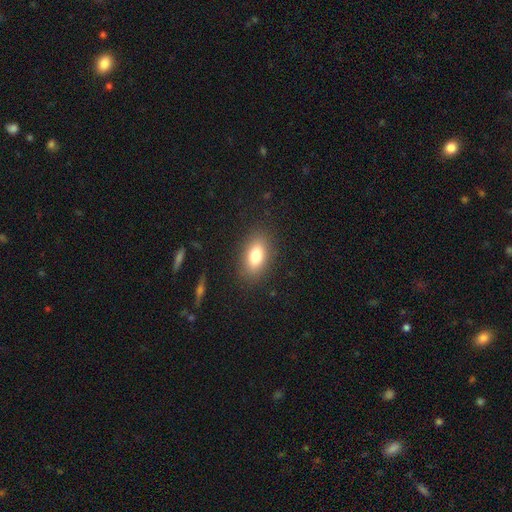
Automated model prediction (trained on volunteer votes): smooth 80%, featured or disk 11%, star or artifact 9%. Down the decision tree: how rounded — in between (86%); merging — none (86%).